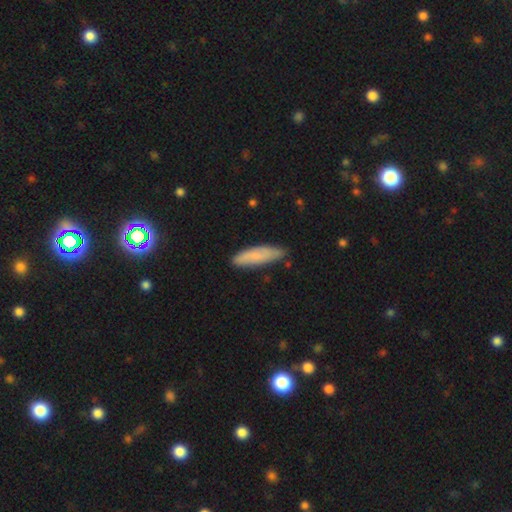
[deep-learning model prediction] Morphology: type=smooth (75%); roundness=cigar-shaped (64%); merging=none (77%).